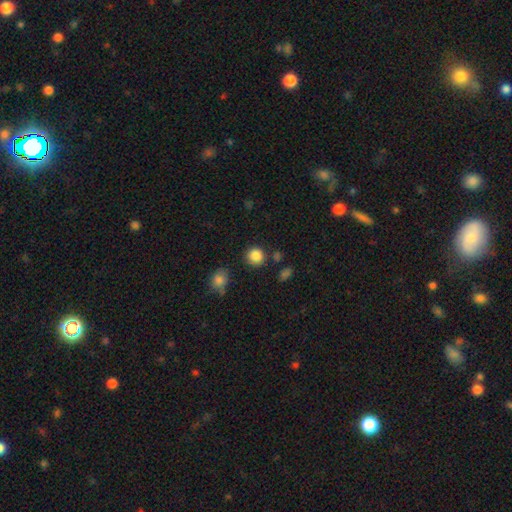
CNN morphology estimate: Smooth or featured? smooth (86%)
How rounded? round (90%)
Merging? none (82%)